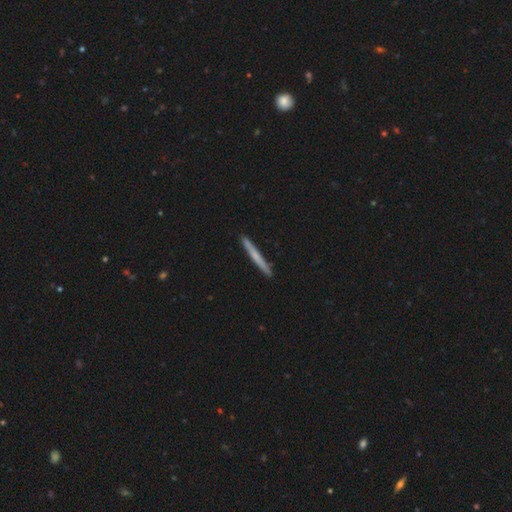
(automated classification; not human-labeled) smooth 54%, featured or disk 40%, star or artifact 6%. Down the decision tree: how rounded — cigar-shaped (97%); merging — none (92%).